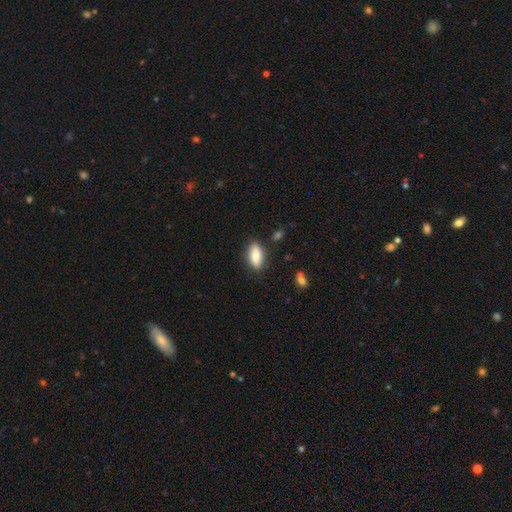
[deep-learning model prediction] The model was most divided on "merging": none: 81%, minor disturbance: 14%, major disturbance: 3%, merger: 2%. More confident: how rounded — in between (84%); smooth or featured — smooth (83%).